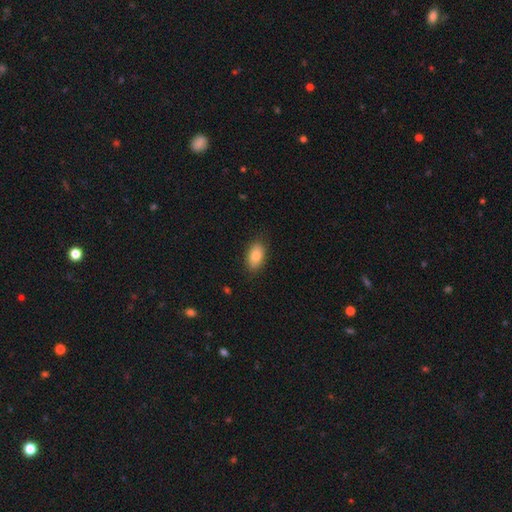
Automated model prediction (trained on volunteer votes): smooth 81%, featured or disk 12%, star or artifact 7%. Down the decision tree: how rounded — in between (91%); merging — none (85%).